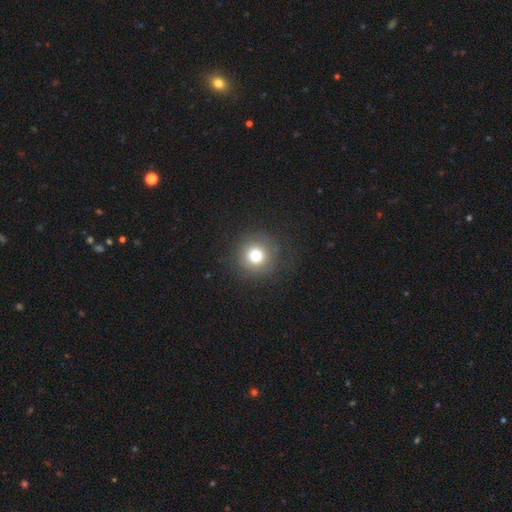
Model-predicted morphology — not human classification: A smooth galaxy with no disk features (73%) that is round (95%).

Vote fractions:
- Smooth or featured? smooth: 73% / featured or disk: 14% / star or artifact: 14%
- How rounded? round: 95% / in between: 5% / cigar-shaped: 1%
- Merging? none: 84% / minor disturbance: 9% / major disturbance: 6% / merger: 1%